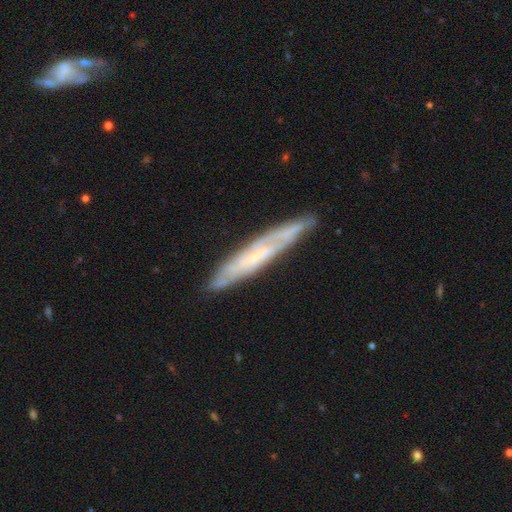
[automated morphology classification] Smooth or featured? featured or disk (65%)
Edge-on disk? yes (68%)
Merging? none (81%)